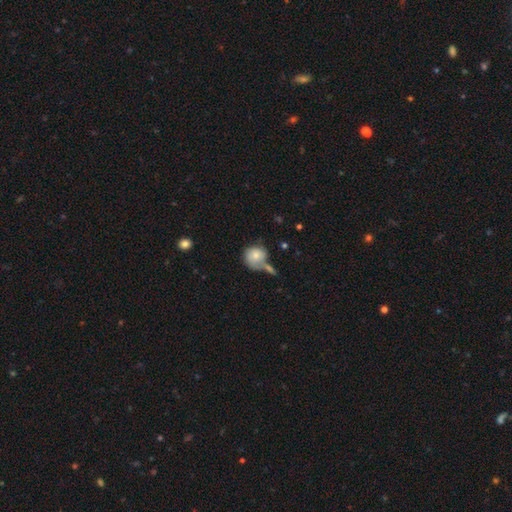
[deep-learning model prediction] smooth_or_featured: smooth (p=0.73) [alt: featured or disk p=0.19]
how_rounded: round (p=0.83) [alt: in between p=0.16]
merging: none (p=0.41) [alt: merger p=0.26]